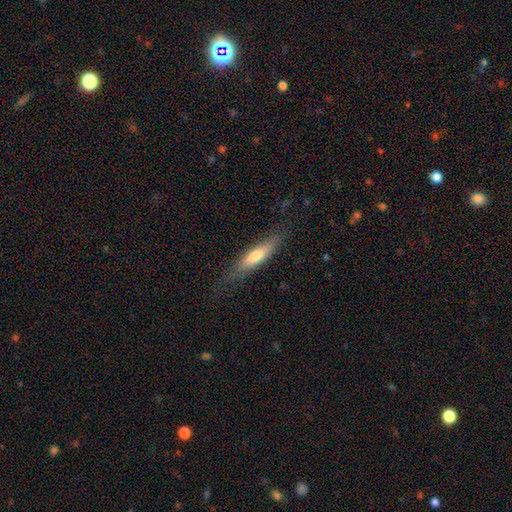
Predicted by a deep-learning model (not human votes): Smooth or featured?
  - smooth: 61% *
  - featured or disk: 32%
  - star or artifact: 6%
How rounded?
  - cigar-shaped: 74% *
  - in between: 25%
  - round: 2%
Merging?
  - none: 72% *
  - minor disturbance: 19%
  - major disturbance: 7%
  - merger: 1%